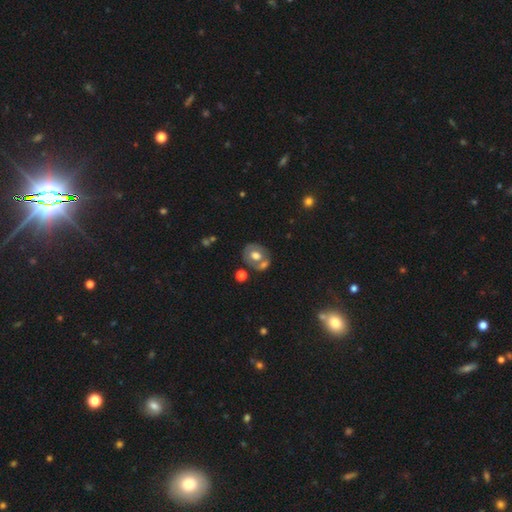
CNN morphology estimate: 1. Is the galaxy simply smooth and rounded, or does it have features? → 49% smooth, 42% featured or disk, 8% star or artifact.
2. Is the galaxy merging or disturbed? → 53% none, 28% merger, 14% minor disturbance, 5% major disturbance.